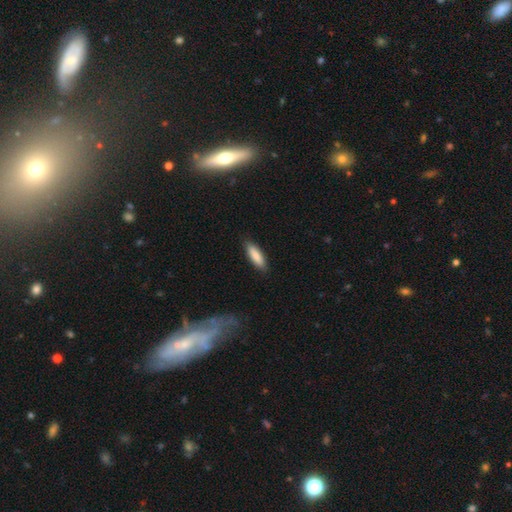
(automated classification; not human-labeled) Smooth or featured? Predicted: smooth (p=0.86). How rounded? Predicted: cigar-shaped (p=0.51). Merging? Predicted: none (p=0.86).